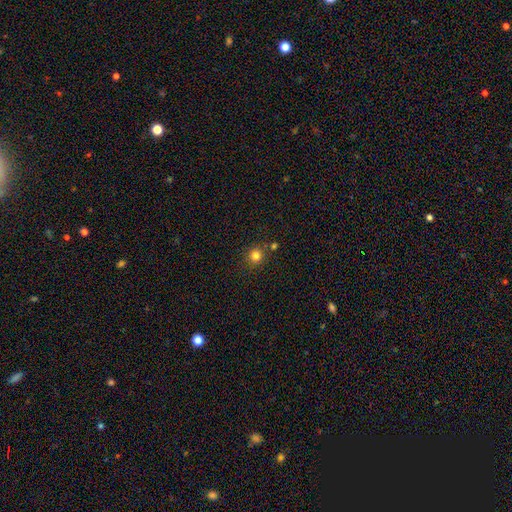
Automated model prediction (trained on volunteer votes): Overall: smooth (81%). How rounded: round (90%). Merging: none (80%).